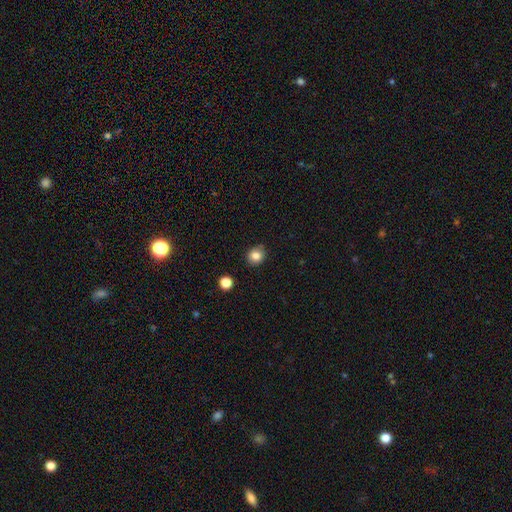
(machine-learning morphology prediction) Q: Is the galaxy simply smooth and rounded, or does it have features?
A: smooth — 82%.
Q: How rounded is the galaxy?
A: round — 71%.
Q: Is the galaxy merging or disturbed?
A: none — 83%.